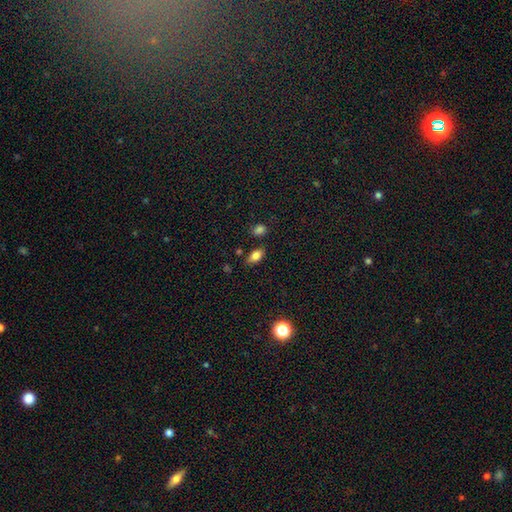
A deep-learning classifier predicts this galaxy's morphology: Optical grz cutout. It shows a smooth galaxy with no disk features (79%) that is in between round and cigar-shaped (87%). Merging: none (78%).